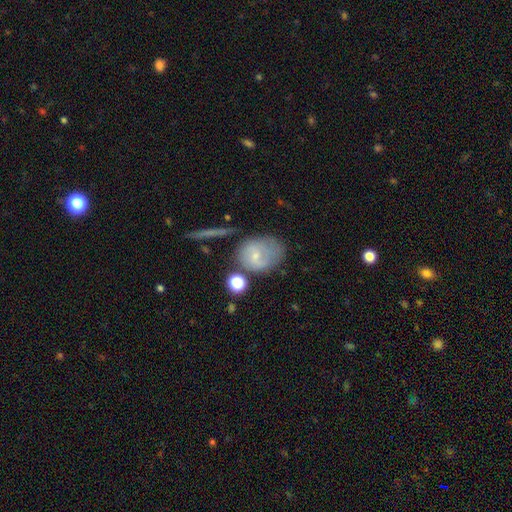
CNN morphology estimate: The model was most divided on "how rounded": round: 50%, in between: 48%, cigar-shaped: 2%. Remaining: smooth or featured — smooth (51%); merging — none (48%).